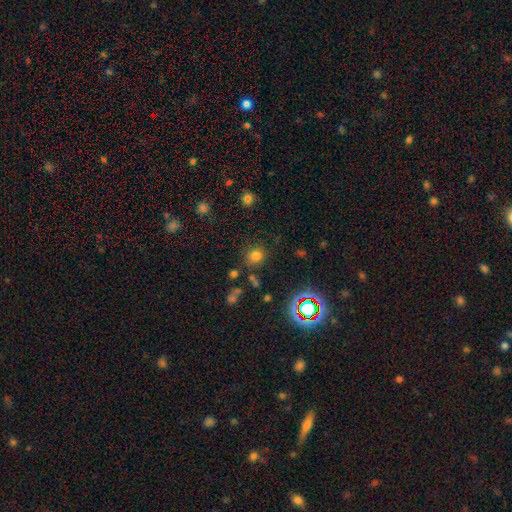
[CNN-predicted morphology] smooth 74%, star or artifact 19%, featured or disk 6%. Down the decision tree: how rounded — round (85%); merging — none (81%).